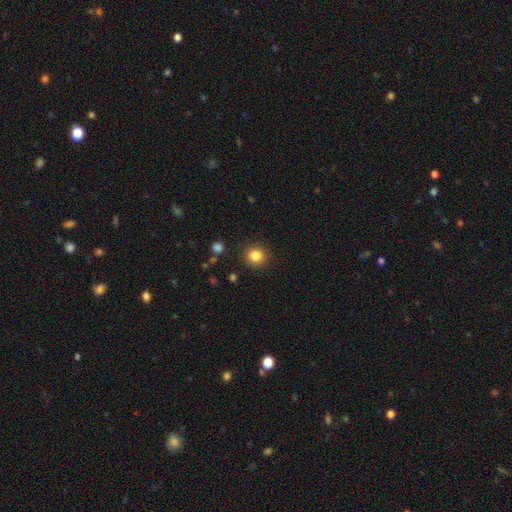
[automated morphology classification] smooth 83%, star or artifact 11%, featured or disk 5%. Down the decision tree: how rounded — round (91%); merging — none (90%).